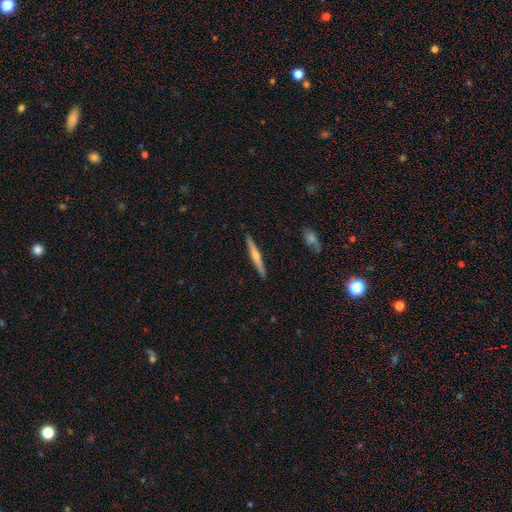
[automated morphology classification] type=featured or disk (49%); merging=none (90%).